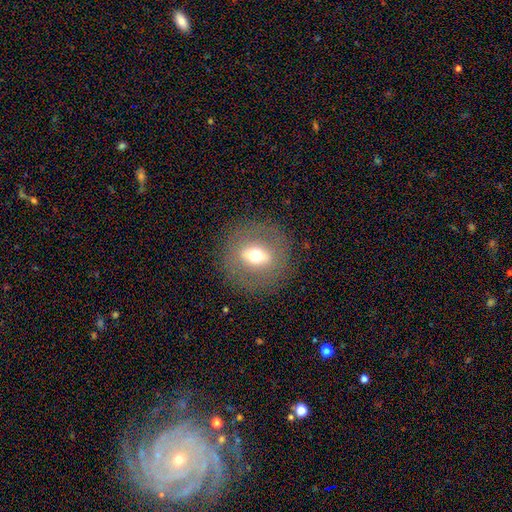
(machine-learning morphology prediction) Q: Smooth or featured?
A: featured or disk (50%); runner-up: smooth (40%)
Q: Edge-on disk?
A: no (74%); runner-up: yes (26%)
Q: Merging?
A: none (85%); runner-up: minor disturbance (9%)